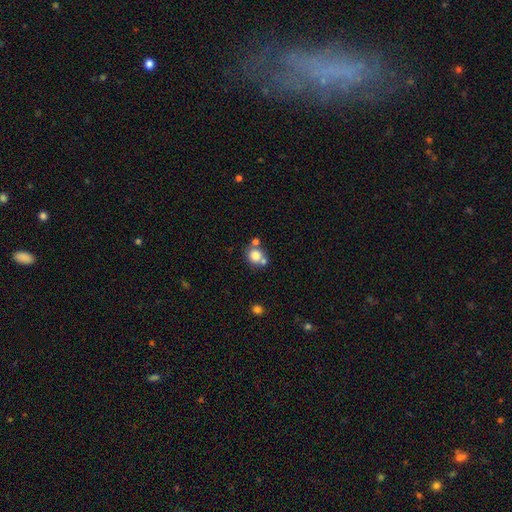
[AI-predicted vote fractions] A smooth galaxy with no disk features (79%) that is round (84%).

Vote fractions:
- Smooth or featured? smooth: 79% / star or artifact: 11% / featured or disk: 10%
- How rounded? round: 84% / in between: 15% / cigar-shaped: 1%
- Merging? none: 53% / merger: 33% / minor disturbance: 10% / major disturbance: 4%